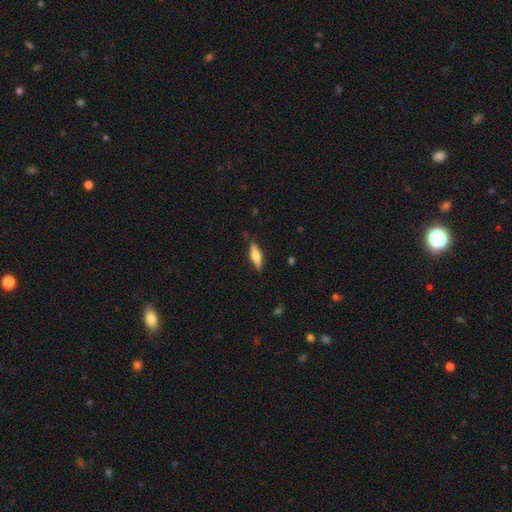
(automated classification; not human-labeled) Smooth or featured? Predicted: smooth (p=0.50). Merging? Predicted: none (p=0.86).